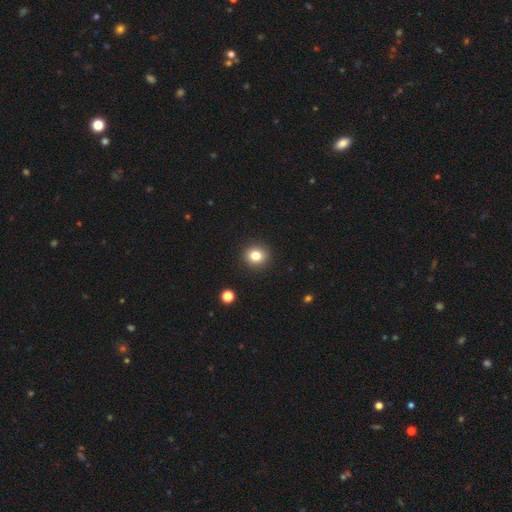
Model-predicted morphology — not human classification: Smooth or featured? smooth (81%)
How rounded? round (87%)
Merging? none (92%)